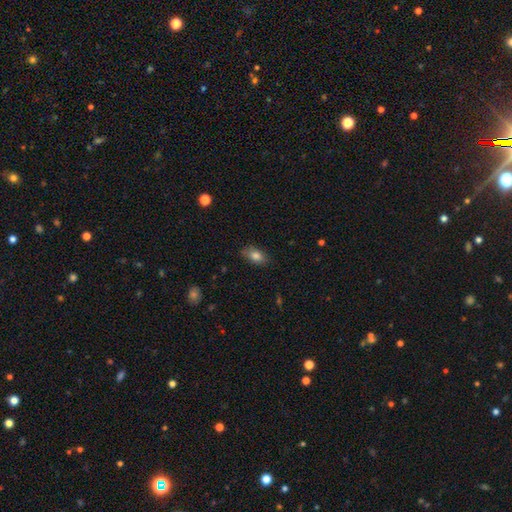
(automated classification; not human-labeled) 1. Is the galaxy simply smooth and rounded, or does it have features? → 81% smooth, 10% featured or disk, 8% star or artifact.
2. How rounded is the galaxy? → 87% in between, 8% round, 6% cigar-shaped.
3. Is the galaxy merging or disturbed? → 82% none, 14% minor disturbance, 3% major disturbance, 1% merger.